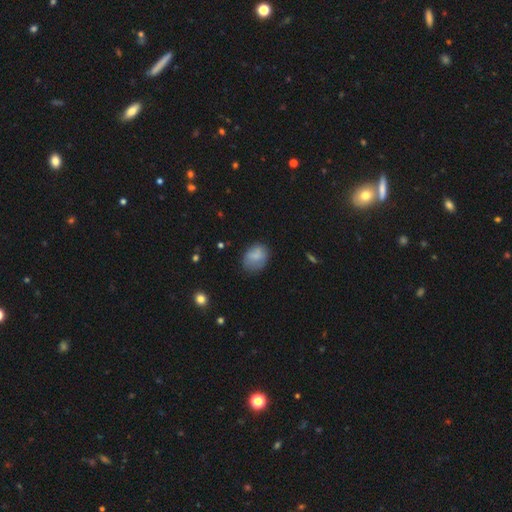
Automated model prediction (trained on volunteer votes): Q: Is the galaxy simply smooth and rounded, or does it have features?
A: smooth — 77%.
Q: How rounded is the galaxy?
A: in between — 64%.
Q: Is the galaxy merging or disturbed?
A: none — 64%.